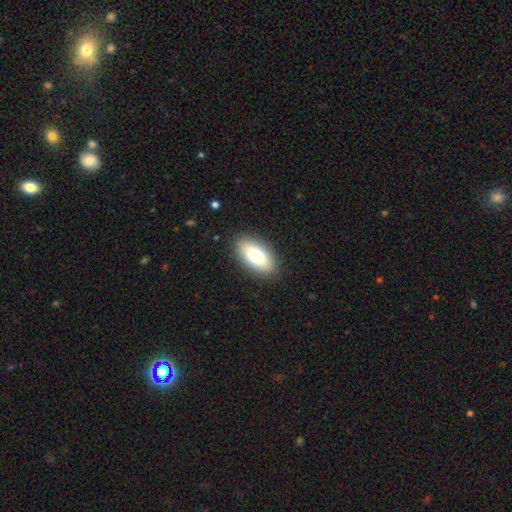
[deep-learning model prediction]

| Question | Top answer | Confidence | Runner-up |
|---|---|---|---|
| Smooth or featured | smooth | 77% | featured or disk (16%) |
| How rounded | in between | 90% | cigar-shaped (6%) |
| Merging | none | 88% | minor disturbance (8%) |